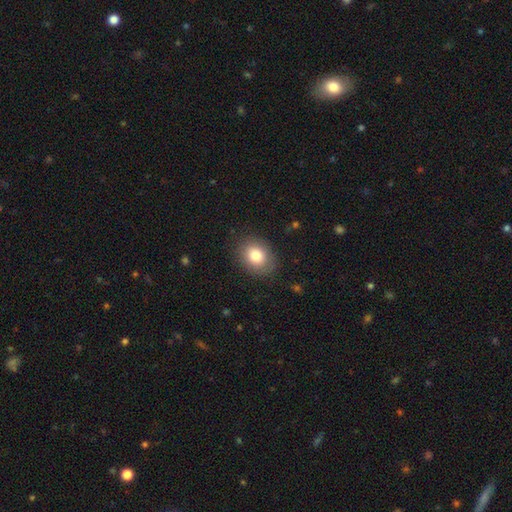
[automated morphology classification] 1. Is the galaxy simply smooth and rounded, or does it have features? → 81% smooth, 10% featured or disk, 9% star or artifact.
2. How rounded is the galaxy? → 53% in between, 46% round, 1% cigar-shaped.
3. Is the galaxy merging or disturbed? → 85% none, 11% minor disturbance, 3% major disturbance, 1% merger.